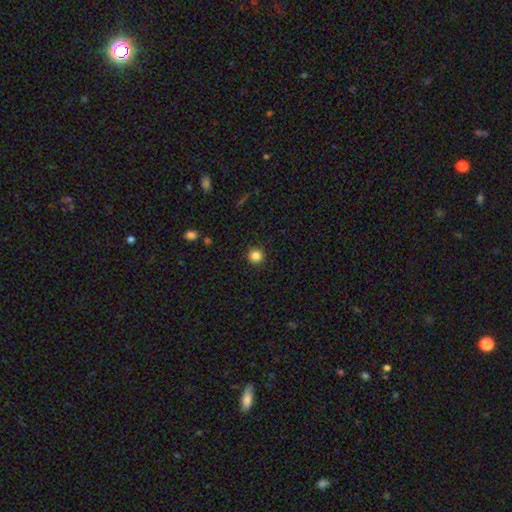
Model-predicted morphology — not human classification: This appears to be a smooth galaxy with no disk features (85%) that is round (95%). Merging: none (92%).